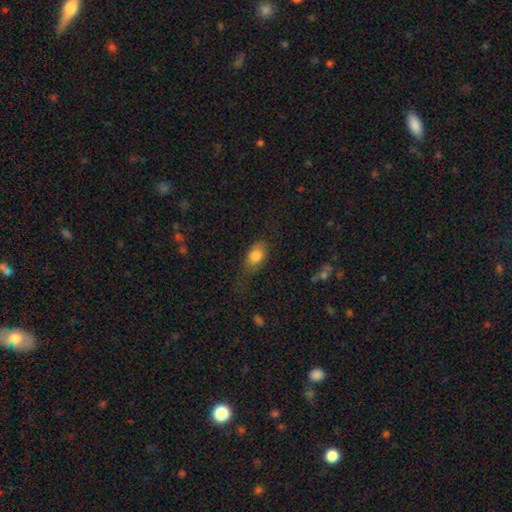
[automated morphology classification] smooth_or_featured: smooth (p=0.78) [alt: featured or disk p=0.14]
how_rounded: in between (p=0.81) [alt: round p=0.14]
merging: none (p=0.49) [alt: minor disturbance p=0.31]